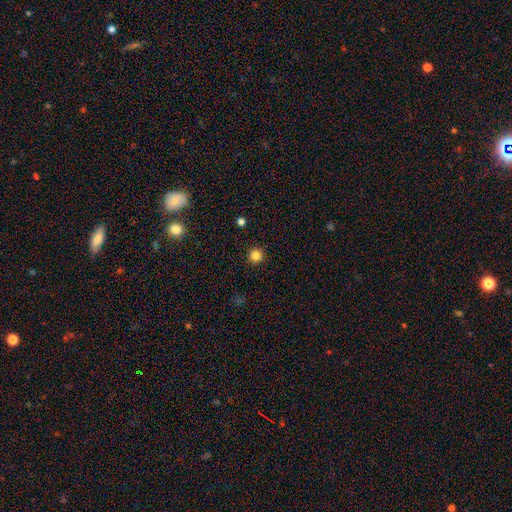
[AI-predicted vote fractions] Overall: smooth (83%). How rounded: round (95%). Merging: none (91%).